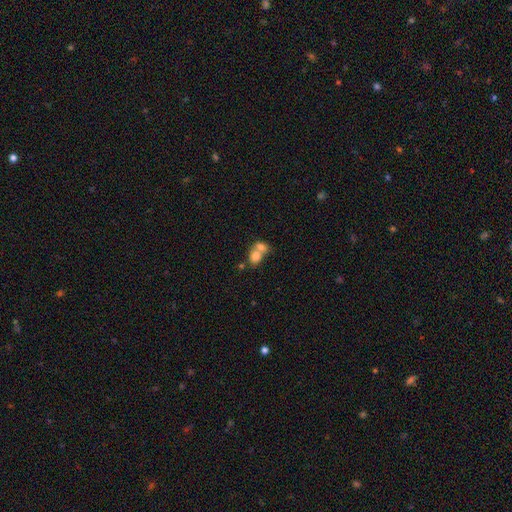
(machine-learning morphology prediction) Overall: smooth (75%). How rounded: in between (50%; round 49%). Merging: merger (69%).